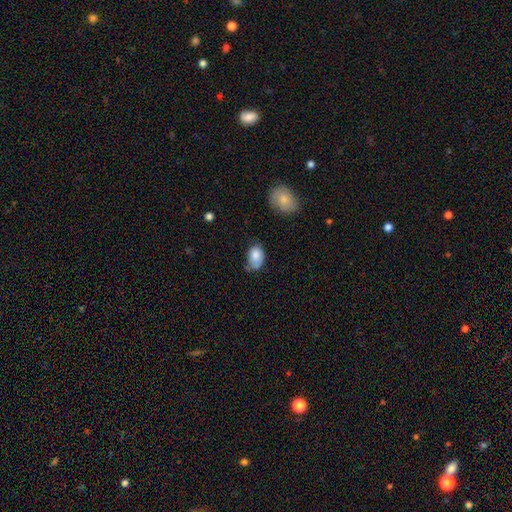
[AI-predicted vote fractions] Smooth or featured: smooth — 82% (featured or disk — 10%)
How rounded: in between — 82% (round — 17%)
Merging: none — 44% (minor disturbance — 39%)